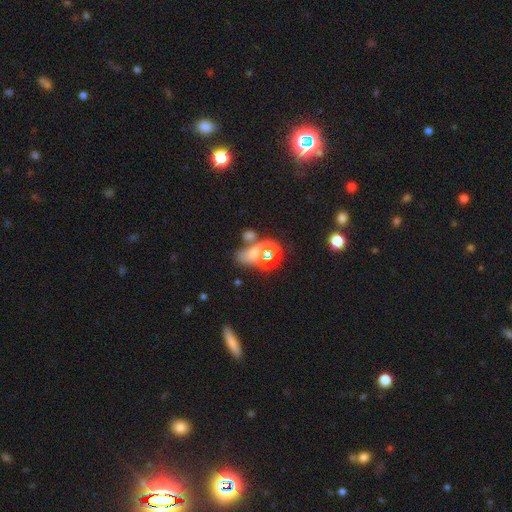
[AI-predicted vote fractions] The model was most divided on "smooth or featured": smooth: 46%, star or artifact: 39%, featured or disk: 14%. Remaining: merging — none (41%).